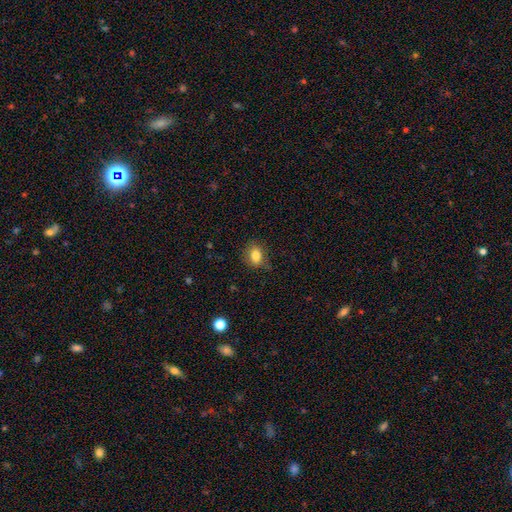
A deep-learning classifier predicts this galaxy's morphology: type=smooth (83%); roundness=in between (64%); merging=none (79%).